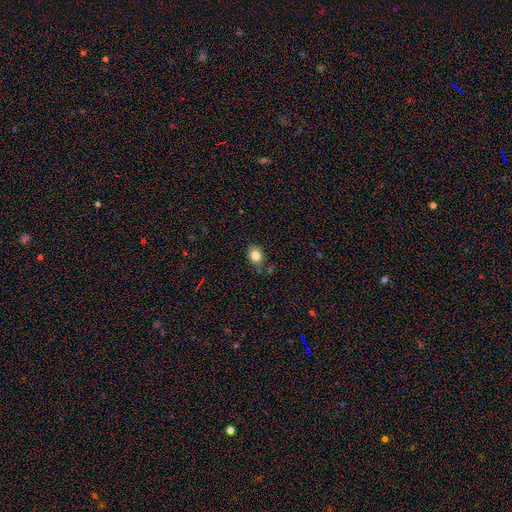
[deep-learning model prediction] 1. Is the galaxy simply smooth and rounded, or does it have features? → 82% smooth, 11% star or artifact, 7% featured or disk.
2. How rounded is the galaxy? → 52% round, 47% in between, 1% cigar-shaped.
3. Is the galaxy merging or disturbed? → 74% none, 18% minor disturbance, 5% merger, 4% major disturbance.